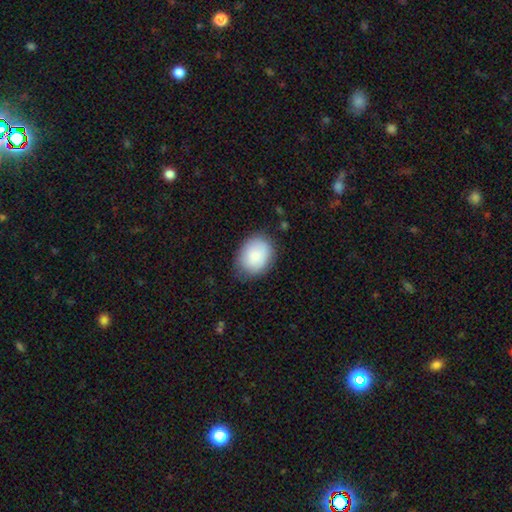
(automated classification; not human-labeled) Smooth or featured? smooth (83%)
How rounded? in between (59%)
Merging? none (76%)